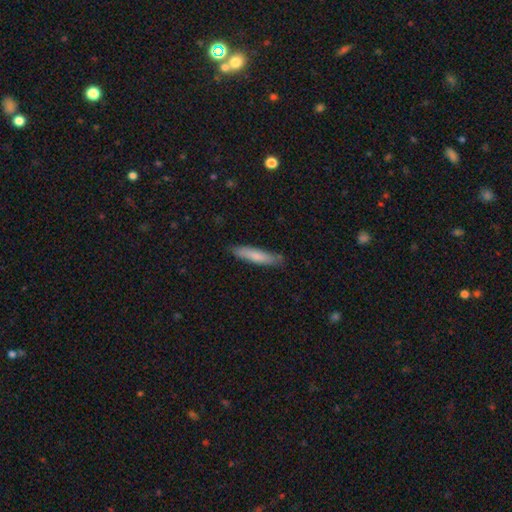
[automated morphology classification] smooth 76%, featured or disk 18%, star or artifact 6%. Down the decision tree: how rounded — cigar-shaped (85%); merging — none (83%).